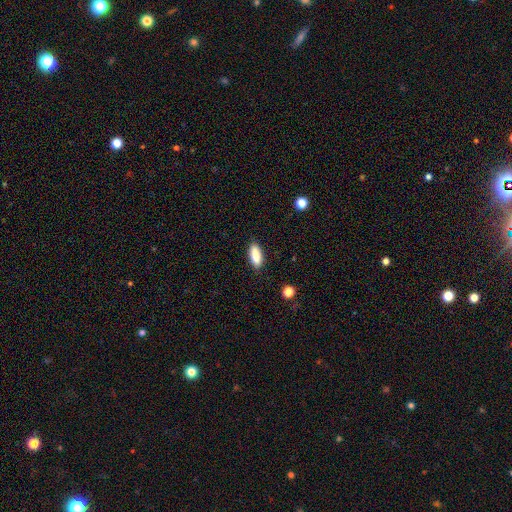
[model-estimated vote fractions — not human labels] This appears to be a smooth galaxy with no disk features (88%) that is in between round and cigar-shaped (79%). Merging: none (87%).